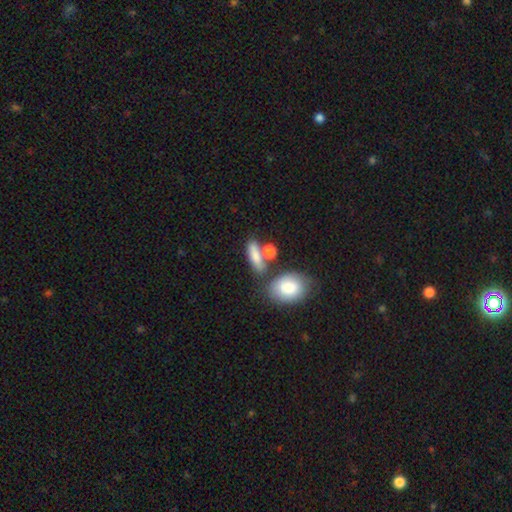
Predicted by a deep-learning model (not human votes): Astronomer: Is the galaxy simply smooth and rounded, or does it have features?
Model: smooth — 78%.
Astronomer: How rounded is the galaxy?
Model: in between — 53% (runner-up: cigar-shaped, 34%).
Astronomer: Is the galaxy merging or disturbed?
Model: none — 55%.